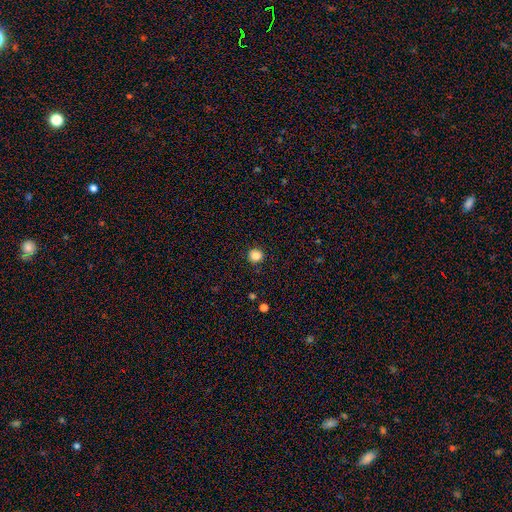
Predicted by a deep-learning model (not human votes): Smooth or featured: smooth — 85% (star or artifact — 11%)
How rounded: round — 94% (in between — 5%)
Merging: none — 90% (minor disturbance — 6%)